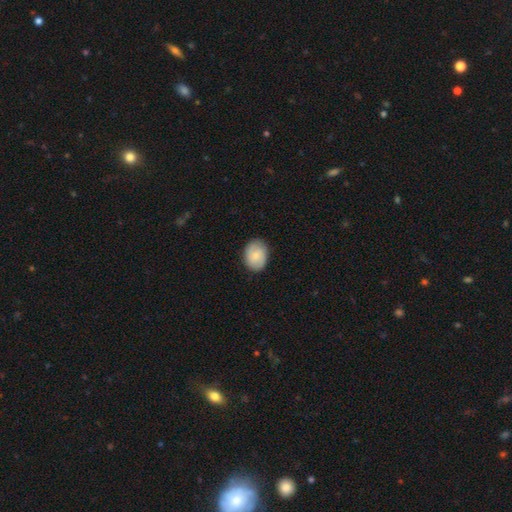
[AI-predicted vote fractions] Smooth or featured? Predicted: smooth (p=0.68). How rounded? Predicted: in between (p=0.63). Merging? Predicted: none (p=0.84).